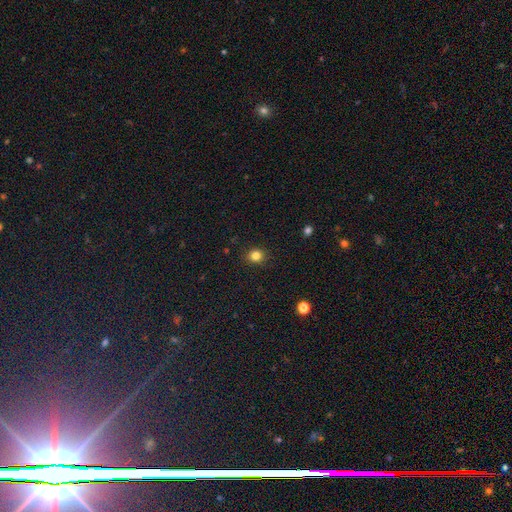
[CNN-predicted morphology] Q: Smooth or featured?
A: smooth (83%); runner-up: star or artifact (12%)
Q: How rounded?
A: round (76%); runner-up: in between (23%)
Q: Merging?
A: none (89%); runner-up: minor disturbance (7%)